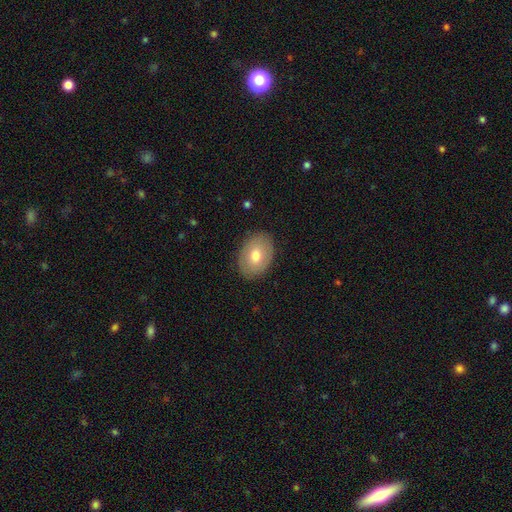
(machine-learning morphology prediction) Q: Smooth or featured?
A: smooth (68%); runner-up: featured or disk (25%)
Q: How rounded?
A: in between (77%); runner-up: round (23%)
Q: Merging?
A: none (87%); runner-up: minor disturbance (10%)